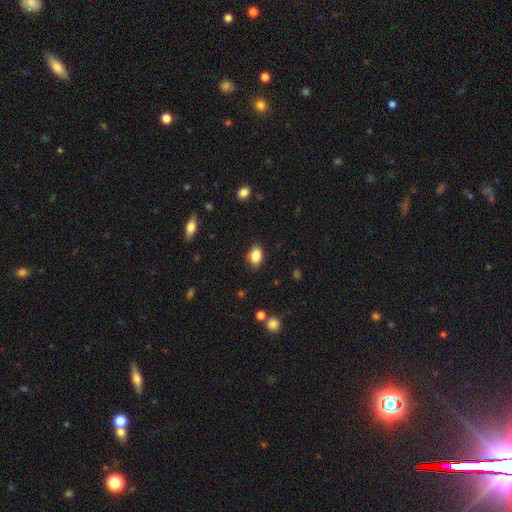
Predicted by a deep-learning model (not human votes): Morphology: type=smooth (86%); roundness=in between (82%); merging=none (85%).